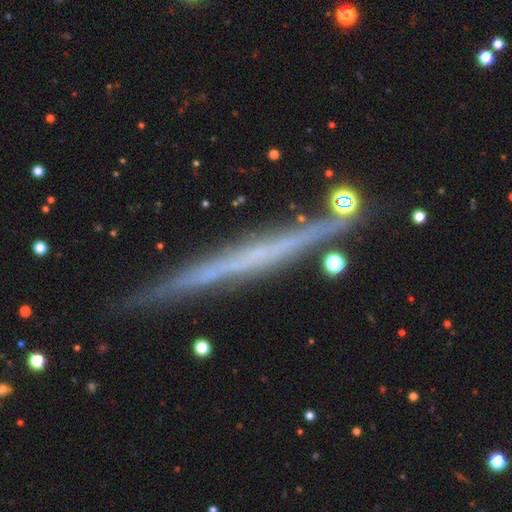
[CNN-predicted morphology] featured or disk 62%, smooth 28%, star or artifact 10%. Down the decision tree: edge-on disk — yes (97%); edge-on bulge — none (91%); merging — none (83%).